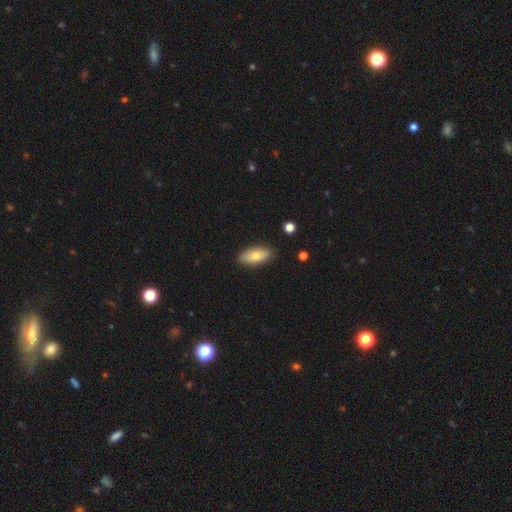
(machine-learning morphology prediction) This appears to be a smooth galaxy with no disk features (76%) that is in between round and cigar-shaped (87%). Merging: none (86%).